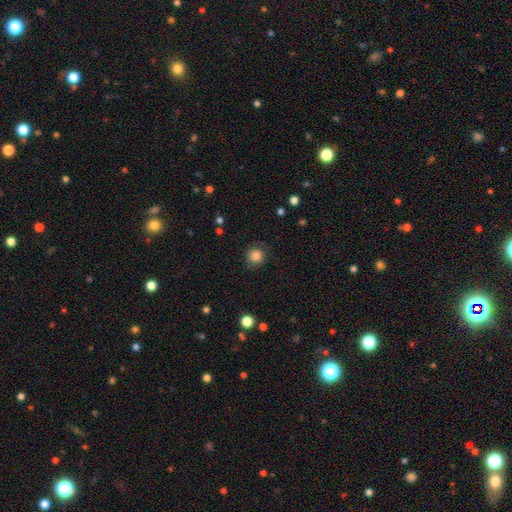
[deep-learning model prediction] Smooth or featured?
  - smooth: 84% *
  - star or artifact: 10%
  - featured or disk: 6%
How rounded?
  - round: 88% *
  - in between: 11%
  - cigar-shaped: 1%
Merging?
  - none: 78% *
  - minor disturbance: 15%
  - major disturbance: 5%
  - merger: 1%